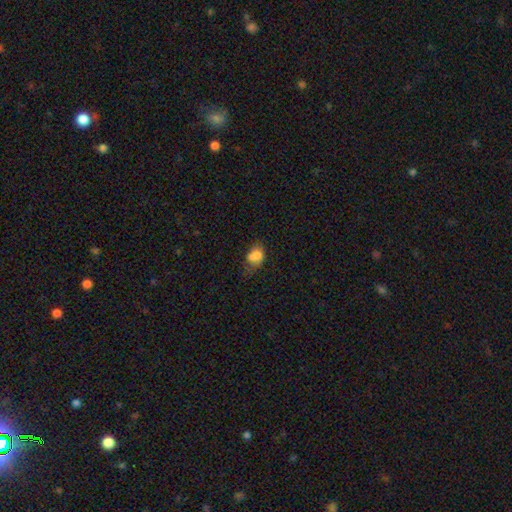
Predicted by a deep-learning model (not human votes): This is likely a smooth galaxy (77%). How rounded: likely in between (70%). Merging: marginally none (39%).